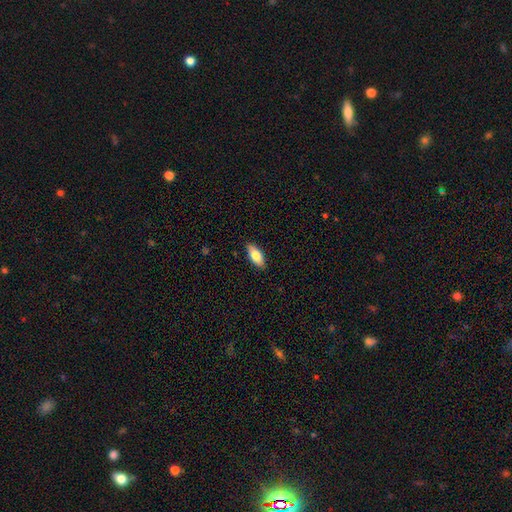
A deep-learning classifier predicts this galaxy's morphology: Smooth or featured? Predicted: smooth (p=0.79). How rounded? Predicted: in between (p=0.84). Merging? Predicted: none (p=0.88).